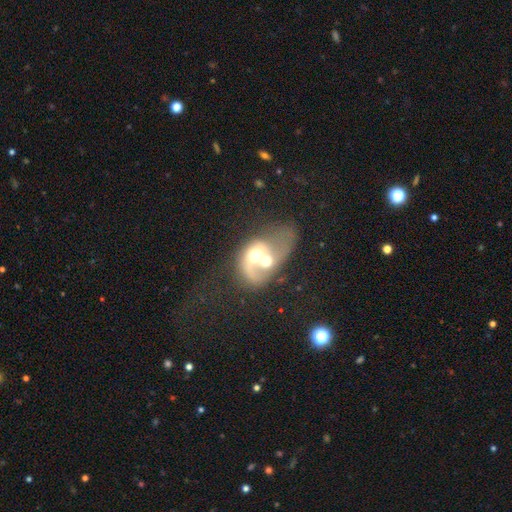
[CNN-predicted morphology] smooth-or-featured: featured or disk: 59% | smooth: 32% | star or artifact: 9%
  disk-edge-on: no: 97% | yes: 3%
    bar: no: 80% | weak: 16% | strong: 4%
    has-spiral-arms: yes: 60% | no: 40%
    bulge-size: moderate: 64% | large: 20% | small: 9% | dominant: 4% | none: 3%
  merging: merger: 73% | major disturbance: 14% | none: 8% | minor disturbance: 5%